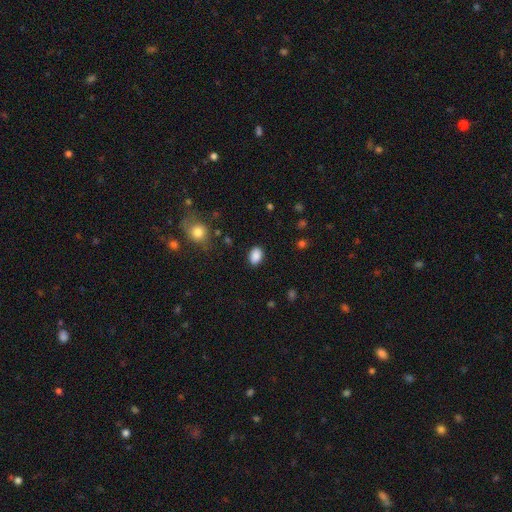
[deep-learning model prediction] Q: Smooth or featured?
A: smooth (88%); runner-up: star or artifact (8%)
Q: How rounded?
A: in between (82%); runner-up: round (17%)
Q: Merging?
A: none (86%); runner-up: minor disturbance (10%)